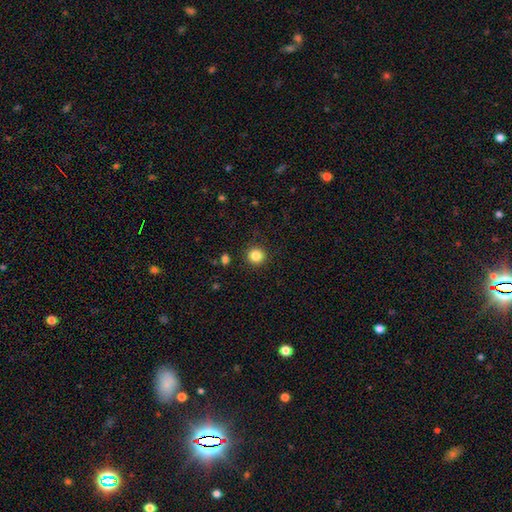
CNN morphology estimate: Smooth or featured? Predicted: smooth (p=0.85). How rounded? Predicted: round (p=0.93). Merging? Predicted: none (p=0.92).